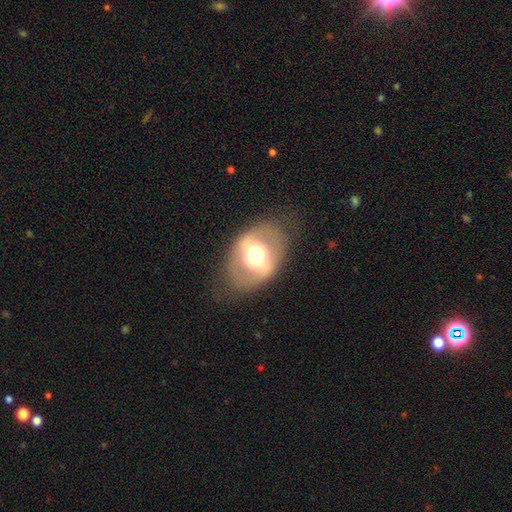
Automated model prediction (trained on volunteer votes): The model was most divided on "smooth or featured": featured or disk: 47%, smooth: 44%, star or artifact: 9%. More confident: merging — none (70%).